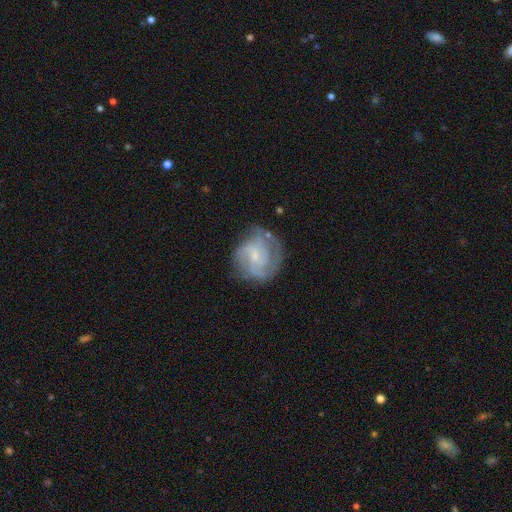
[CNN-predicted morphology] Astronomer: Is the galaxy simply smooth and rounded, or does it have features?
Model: featured or disk — 85%.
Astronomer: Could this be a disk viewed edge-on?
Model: no — 98%.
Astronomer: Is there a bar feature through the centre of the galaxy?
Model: no — 50% (runner-up: weak, 43%).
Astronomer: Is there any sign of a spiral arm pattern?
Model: yes — 97%.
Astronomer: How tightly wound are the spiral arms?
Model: tight — 51% (runner-up: medium, 41%).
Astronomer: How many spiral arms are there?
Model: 3 — 38% (runner-up: 2, 29%).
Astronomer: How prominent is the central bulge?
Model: small — 71%.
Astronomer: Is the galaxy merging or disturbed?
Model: none — 70%.